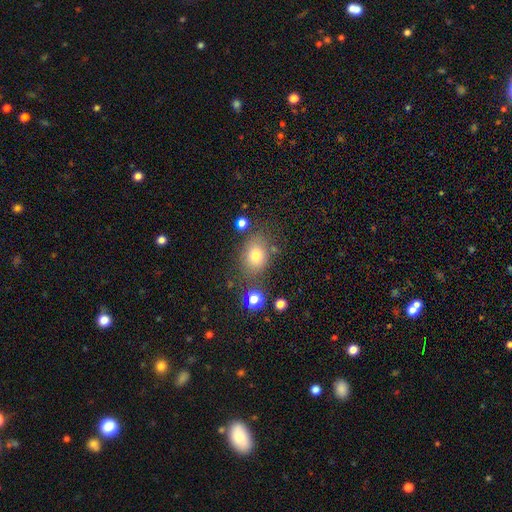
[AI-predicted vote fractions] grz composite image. It shows a smooth galaxy with no disk features (76%) that is in between round and cigar-shaped (60%). Merging: none (72%).